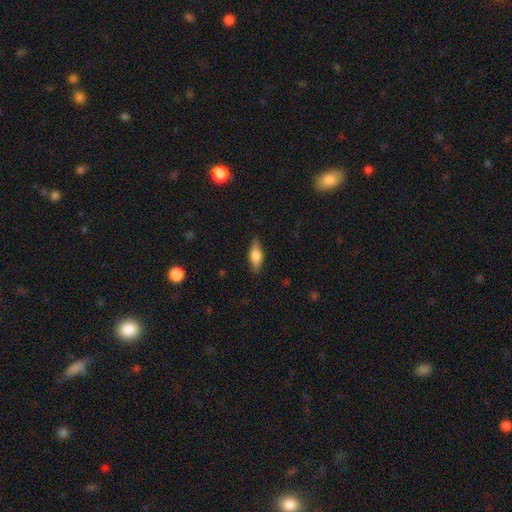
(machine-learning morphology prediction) This appears to be a smooth galaxy with no disk features (61%) that is in between round and cigar-shaped (67%). Merging: none (85%).